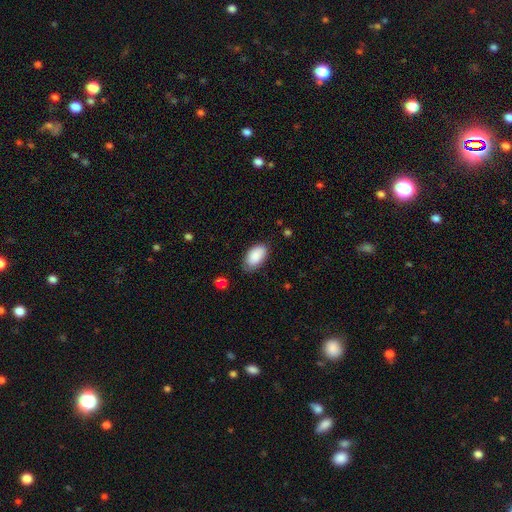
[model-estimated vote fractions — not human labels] Overall: smooth (89%). How rounded: in between (95%). Merging: none (78%).